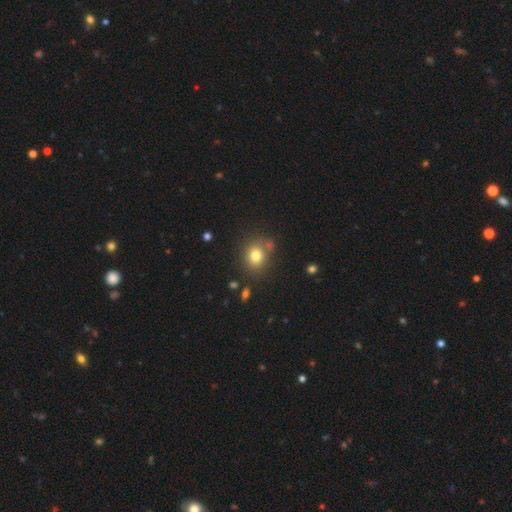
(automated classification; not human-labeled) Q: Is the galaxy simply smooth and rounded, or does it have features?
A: smooth — 78%.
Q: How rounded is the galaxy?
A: round — 67%.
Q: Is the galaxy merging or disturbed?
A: none — 73%.